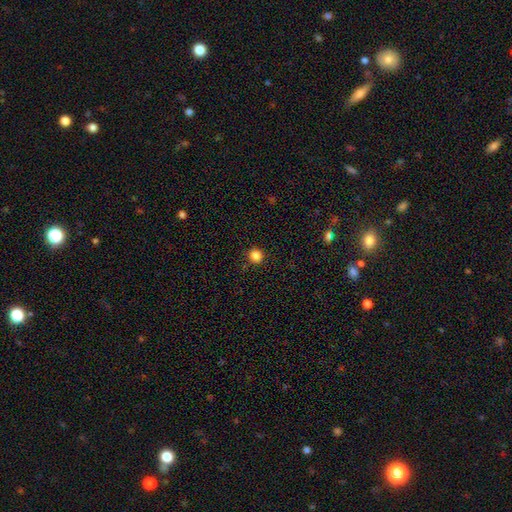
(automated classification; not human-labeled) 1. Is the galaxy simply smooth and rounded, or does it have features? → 85% smooth, 12% star or artifact, 4% featured or disk.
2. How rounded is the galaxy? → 92% round, 7% in between, 1% cigar-shaped.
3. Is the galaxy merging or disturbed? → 91% none, 6% minor disturbance, 2% major disturbance, 1% merger.